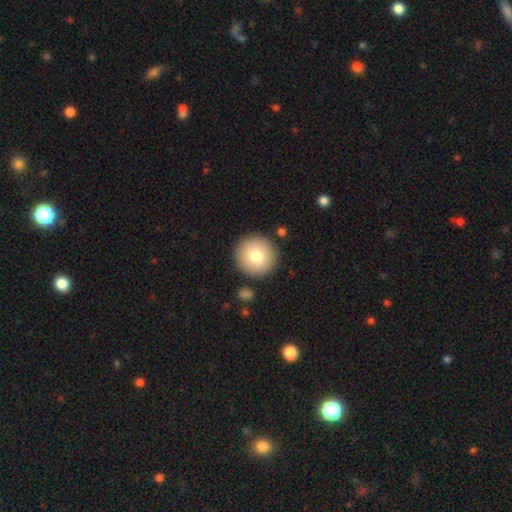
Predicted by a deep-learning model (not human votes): Smooth or featured? Predicted: smooth (p=0.78). How rounded? Predicted: round (p=0.96). Merging? Predicted: none (p=0.89).